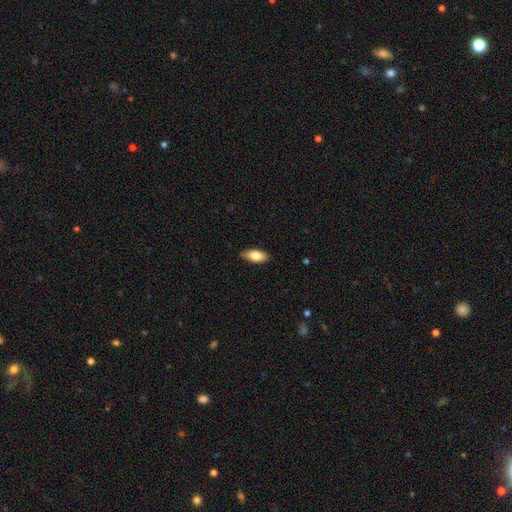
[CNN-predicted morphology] smooth-or-featured: smooth: 78% | featured or disk: 16% | star or artifact: 6%
  how-rounded: in between: 87% | cigar-shaped: 11% | round: 2%
  merging: none: 86% | minor disturbance: 11% | major disturbance: 2% | merger: 1%